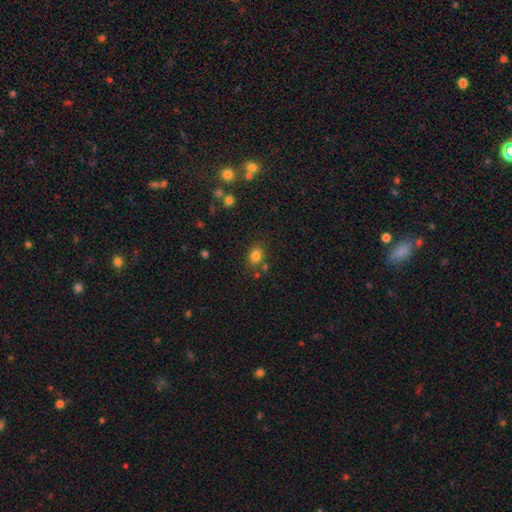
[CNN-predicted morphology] This appears to be a smooth galaxy with no disk features (82%) that is round (52%). Merging: none (76%).